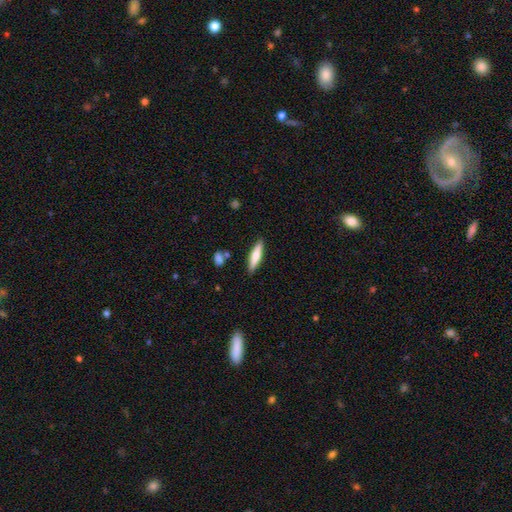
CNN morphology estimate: This is likely a smooth galaxy (61%). How rounded: likely cigar-shaped (78%). Merging: clearly none (87%).